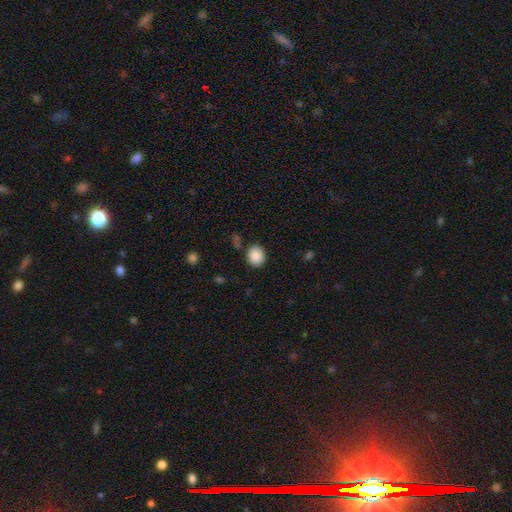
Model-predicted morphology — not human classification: smooth-or-featured: smooth: 88% | star or artifact: 8% | featured or disk: 4%
  how-rounded: round: 66% | in between: 33% | cigar-shaped: 1%
  merging: none: 85% | minor disturbance: 9% | merger: 3% | major disturbance: 3%